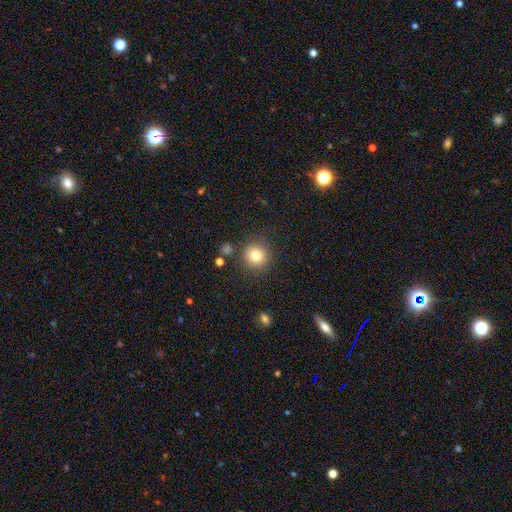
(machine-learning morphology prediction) A smooth galaxy with no disk features (80%) that is round (92%). Merging: none (85%).